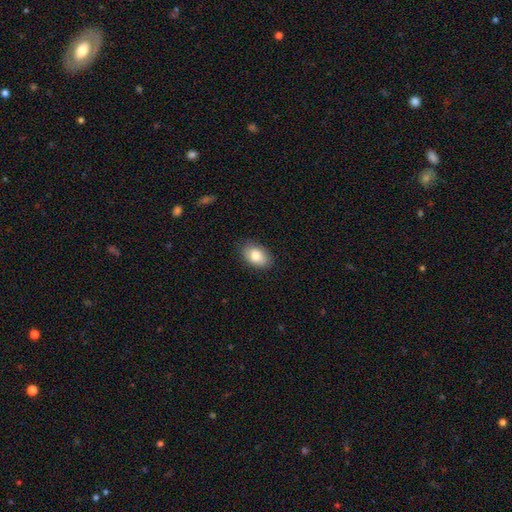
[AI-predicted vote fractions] A smooth galaxy with no disk features (83%) that is in between round and cigar-shaped (89%). Merging: none (85%).